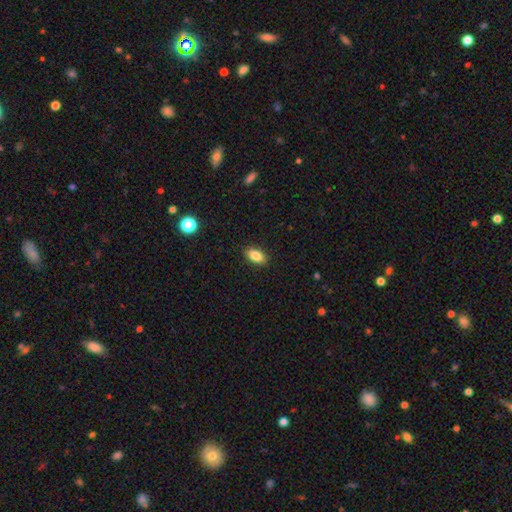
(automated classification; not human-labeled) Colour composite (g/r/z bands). It shows a smooth galaxy with no disk features (86%) that is in between round and cigar-shaped (91%). Merging: none (90%).